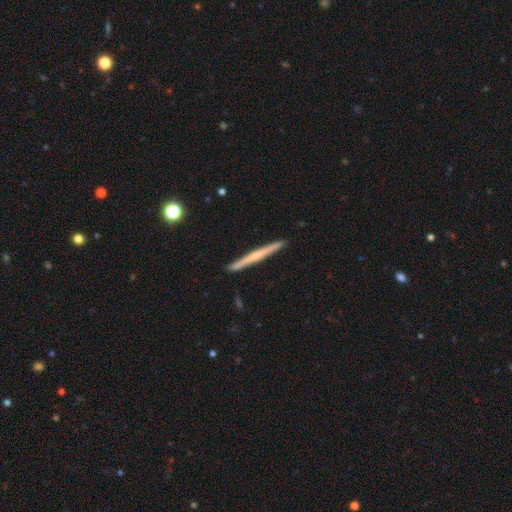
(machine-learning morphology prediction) Smooth or featured? Predicted: featured or disk (p=0.55). Edge-on disk? Predicted: yes (p=0.98). Edge-on bulge? Predicted: none (p=0.59). Merging? Predicted: none (p=0.92).